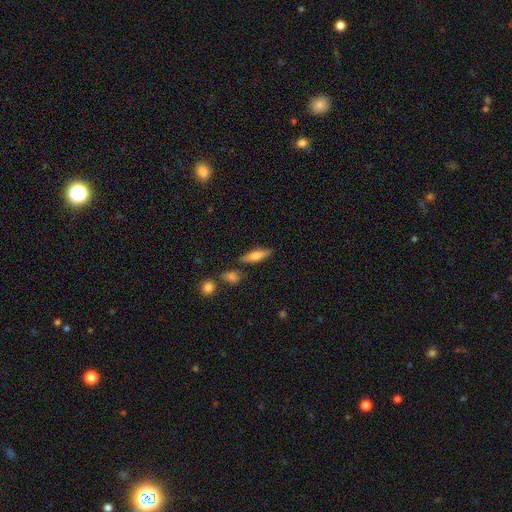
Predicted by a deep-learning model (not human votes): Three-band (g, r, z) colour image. It shows a smooth galaxy with no disk features (48%). Merging: none (80%).